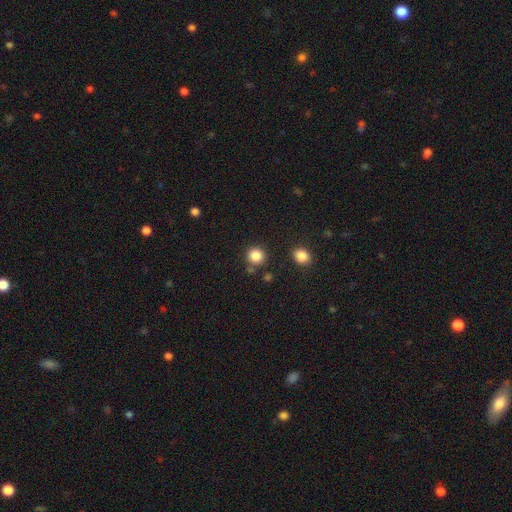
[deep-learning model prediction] Smooth or featured: smooth — 86% (star or artifact — 10%)
How rounded: round — 89% (in between — 10%)
Merging: none — 81% (minor disturbance — 9%)